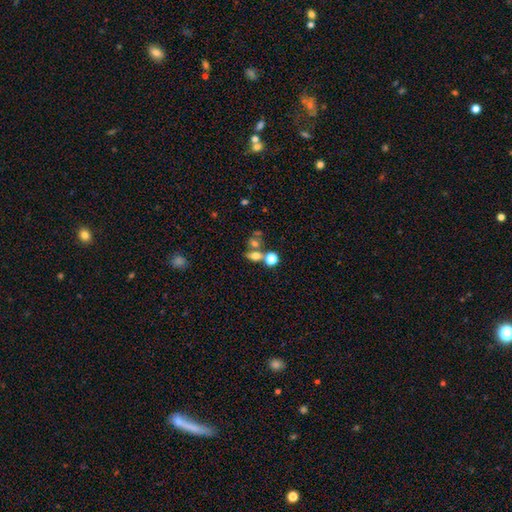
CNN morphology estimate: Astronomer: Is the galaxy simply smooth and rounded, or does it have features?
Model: smooth — 64%.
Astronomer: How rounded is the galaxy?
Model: in between — 54% (runner-up: round, 40%).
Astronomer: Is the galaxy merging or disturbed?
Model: none — 42% (runner-up: merger, 41%).